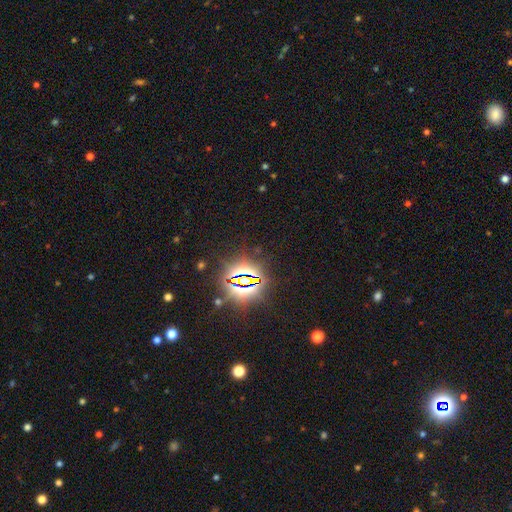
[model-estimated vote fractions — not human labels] Smooth or featured? star or artifact (86%)